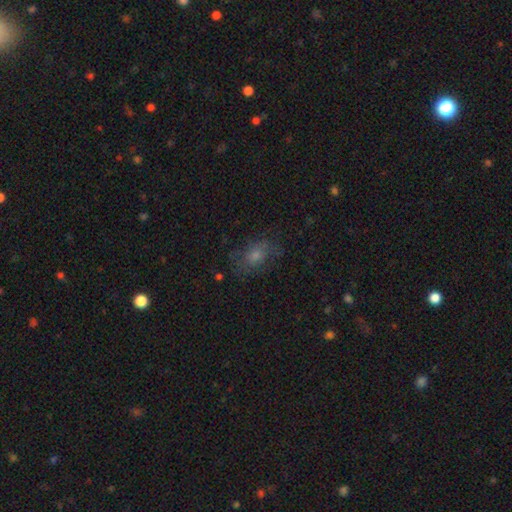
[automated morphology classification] A smooth galaxy with no disk features (37%). Merging: none (77%).